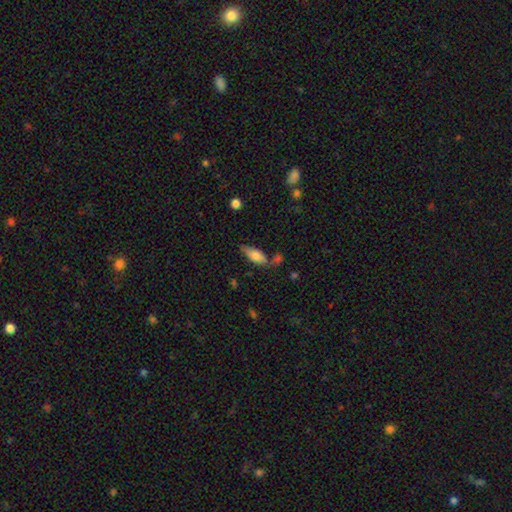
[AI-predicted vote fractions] smooth 71%, featured or disk 22%, star or artifact 7%. Down the decision tree: how rounded — in between (73%); merging — none (62%).